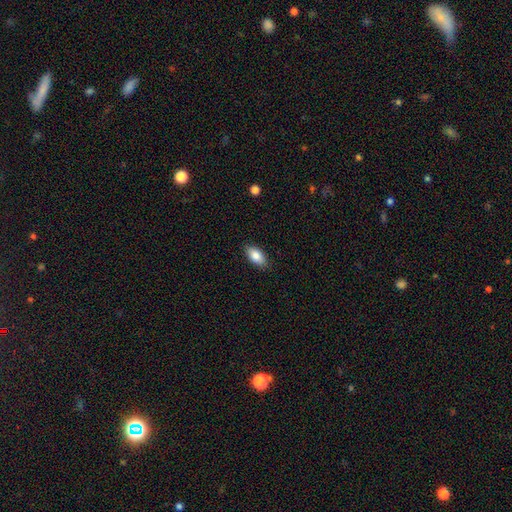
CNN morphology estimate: A smooth galaxy with no disk features (84%) that is in between round and cigar-shaped (91%). Merging: none (87%).